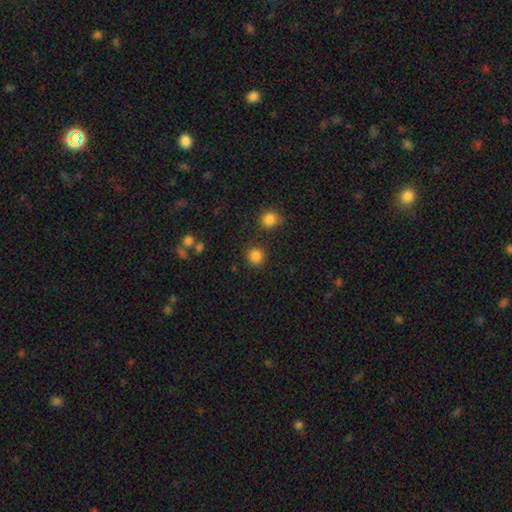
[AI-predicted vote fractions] Morphology: type=smooth (84%); roundness=round (91%); merging=none (85%).